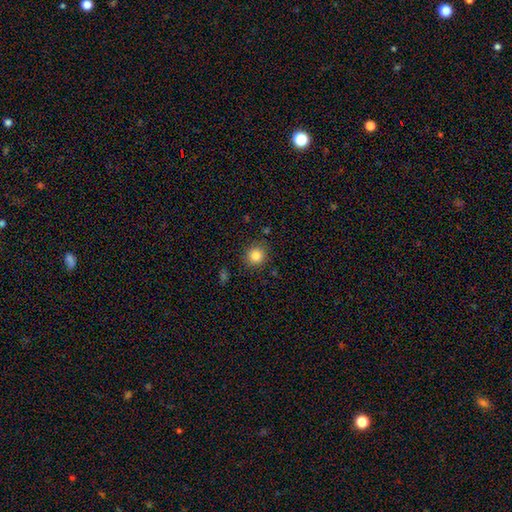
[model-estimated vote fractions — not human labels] The model was most divided on "smooth or featured": smooth: 83%, star or artifact: 11%, featured or disk: 6%. More confident: how rounded — round (90%); merging — none (87%).